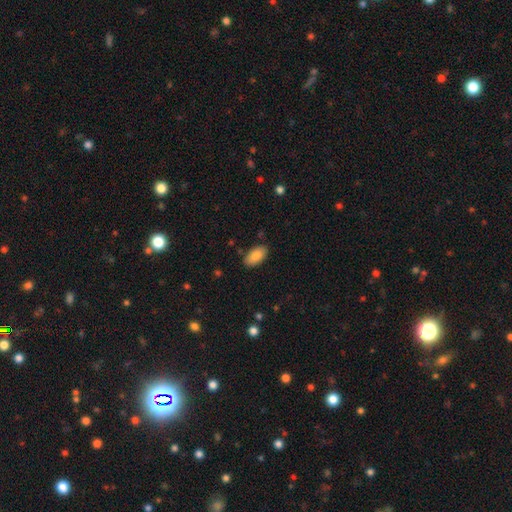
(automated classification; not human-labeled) smooth 84%, featured or disk 9%, star or artifact 7%. Down the decision tree: how rounded — in between (94%); merging — none (85%).